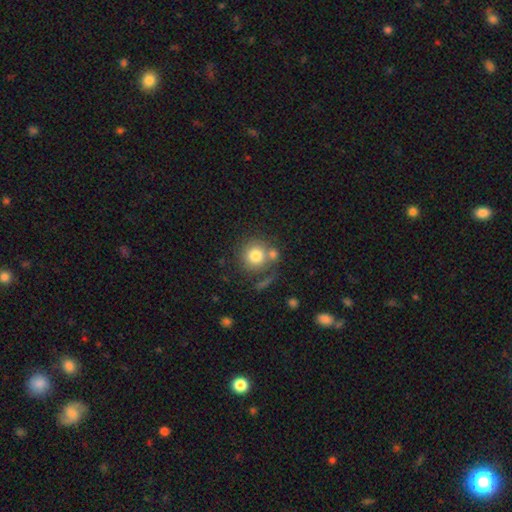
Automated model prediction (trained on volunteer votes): Morphology: type=smooth (78%); roundness=round (91%); merging=none (61%).